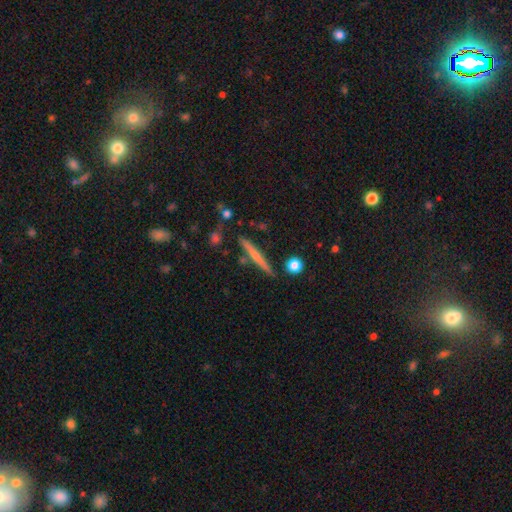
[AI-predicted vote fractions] Smooth or featured? featured or disk (47%)
Merging? none (83%)